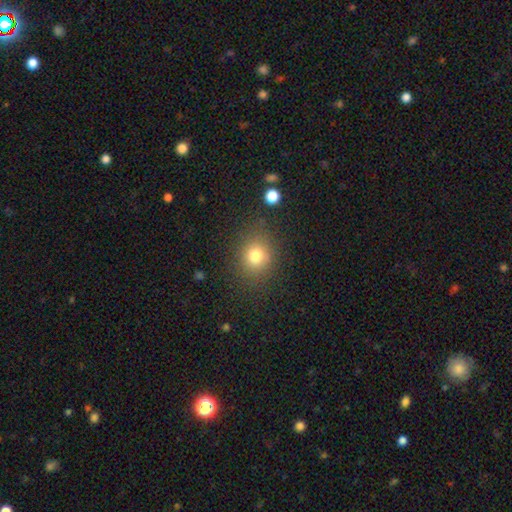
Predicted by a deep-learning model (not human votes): Smooth or featured: smooth — 78% (star or artifact — 13%)
How rounded: round — 73% (in between — 26%)
Merging: none — 81% (minor disturbance — 12%)